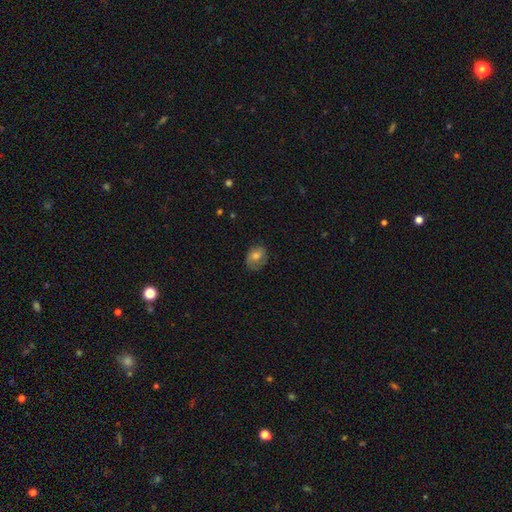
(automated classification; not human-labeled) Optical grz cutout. It shows a smooth galaxy with no disk features (61%) that is in between round and cigar-shaped (59%). Merging: none (69%).